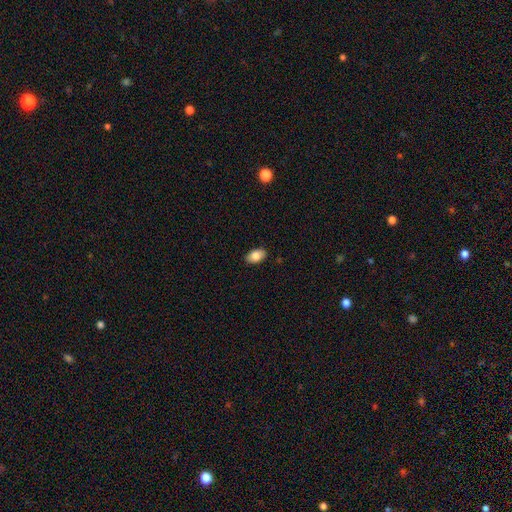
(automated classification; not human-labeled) Smooth or featured? Predicted: smooth (p=0.83). How rounded? Predicted: in between (p=0.92). Merging? Predicted: none (p=0.89).